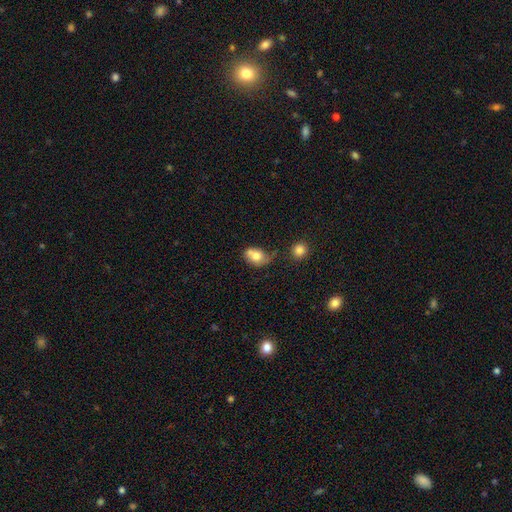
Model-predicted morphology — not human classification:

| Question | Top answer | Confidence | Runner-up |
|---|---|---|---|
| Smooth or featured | smooth | 73% | featured or disk (18%) |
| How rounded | in between | 69% | round (29%) |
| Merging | none | 33% | merger (29%) |